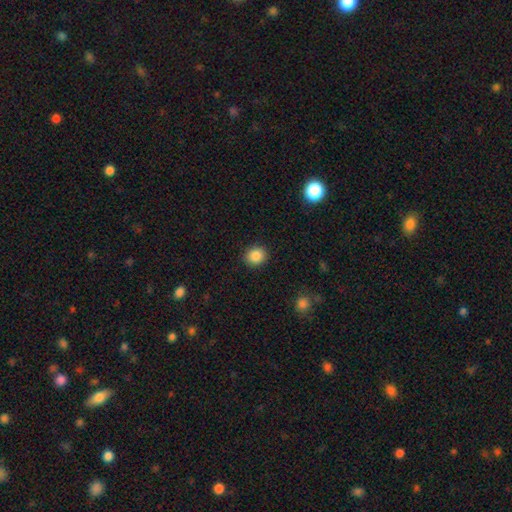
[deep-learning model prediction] Smooth or featured? smooth (87%)
How rounded? round (76%)
Merging? none (90%)